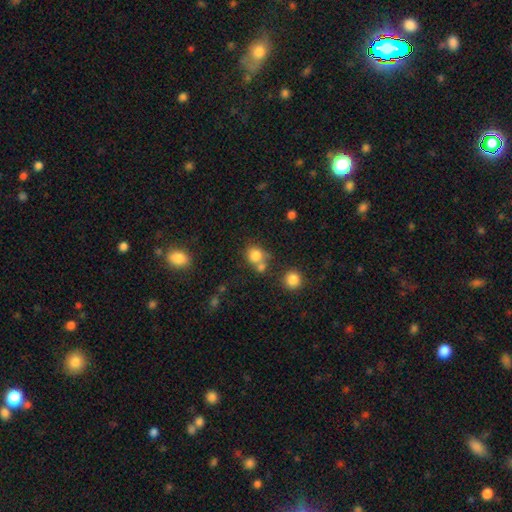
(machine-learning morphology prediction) Q: Smooth or featured?
A: smooth (79%); runner-up: star or artifact (13%)
Q: How rounded?
A: round (78%); runner-up: in between (21%)
Q: Merging?
A: none (49%); runner-up: merger (35%)